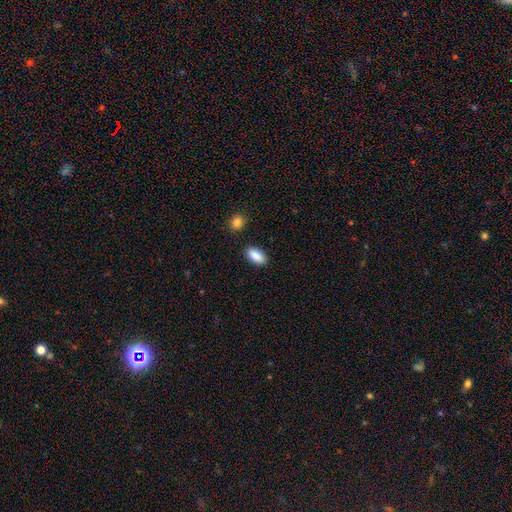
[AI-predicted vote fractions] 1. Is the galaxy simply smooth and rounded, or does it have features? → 90% smooth, 7% star or artifact, 4% featured or disk.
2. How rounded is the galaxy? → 92% in between, 5% cigar-shaped, 3% round.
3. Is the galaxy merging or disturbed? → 87% none, 9% minor disturbance, 2% merger, 2% major disturbance.